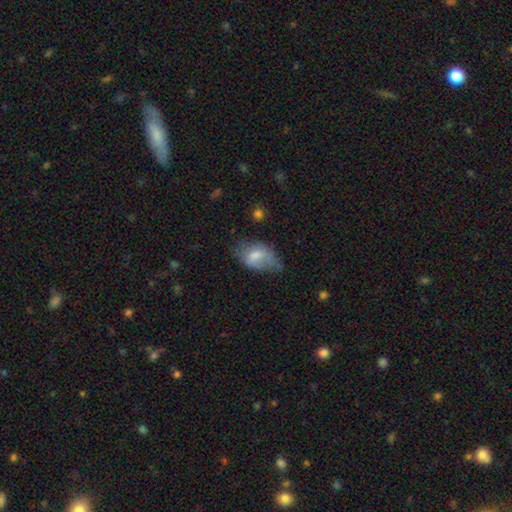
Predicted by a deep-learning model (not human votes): This appears to be a smooth galaxy with no disk features (68%) that is in between round and cigar-shaped (90%). Merging: minor disturbance (40%).